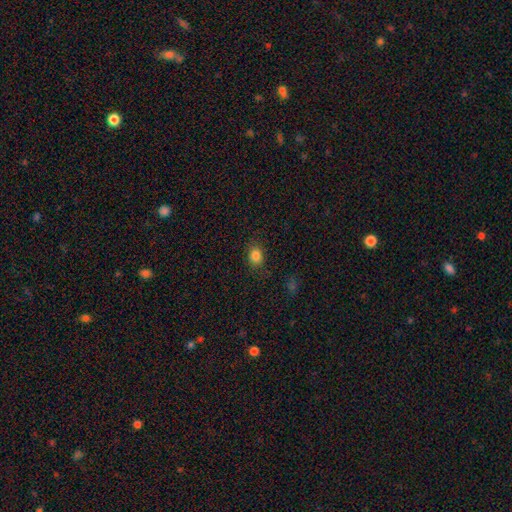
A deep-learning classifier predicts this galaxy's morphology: Smooth or featured: smooth — 82% (star or artifact — 12%)
How rounded: round — 51% (in between — 48%)
Merging: none — 83% (minor disturbance — 12%)